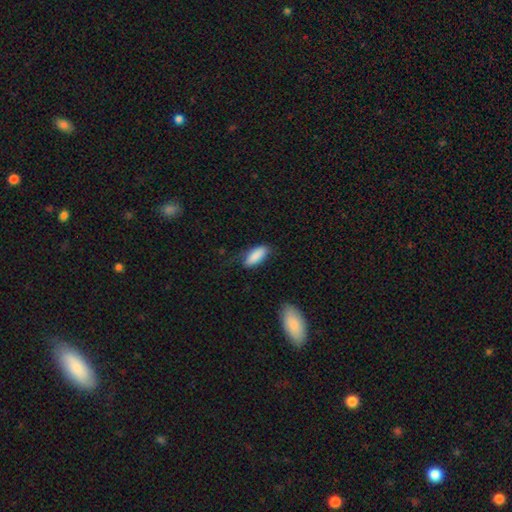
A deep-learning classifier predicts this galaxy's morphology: Smooth or featured: smooth — 88% (featured or disk — 6%)
How rounded: in between — 78% (cigar-shaped — 20%)
Merging: none — 66% (minor disturbance — 25%)